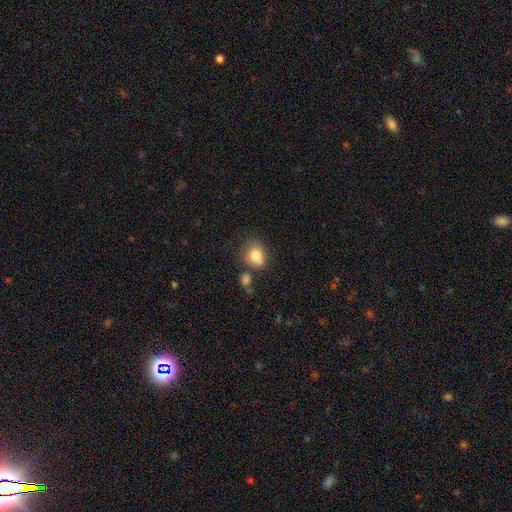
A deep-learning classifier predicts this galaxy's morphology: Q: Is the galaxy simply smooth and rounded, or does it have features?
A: smooth — 80%.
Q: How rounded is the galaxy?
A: round — 59%.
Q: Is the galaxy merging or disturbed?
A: none — 50%.